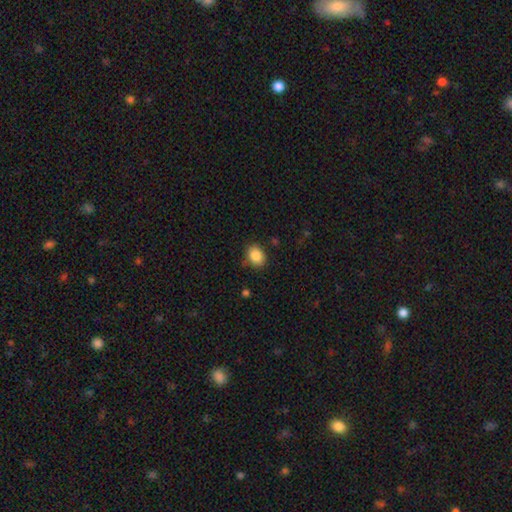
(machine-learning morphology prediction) Overall: smooth (86%). How rounded: in between (53%; round 46%). Merging: none (81%).